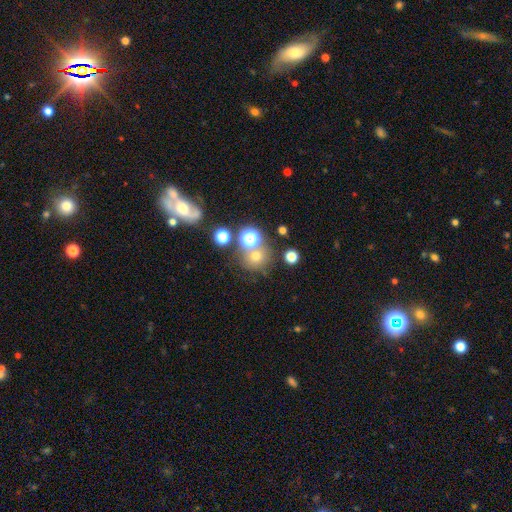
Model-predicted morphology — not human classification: This is likely a smooth galaxy (65%). How rounded: clearly round (85%). Merging: likely none (62%).